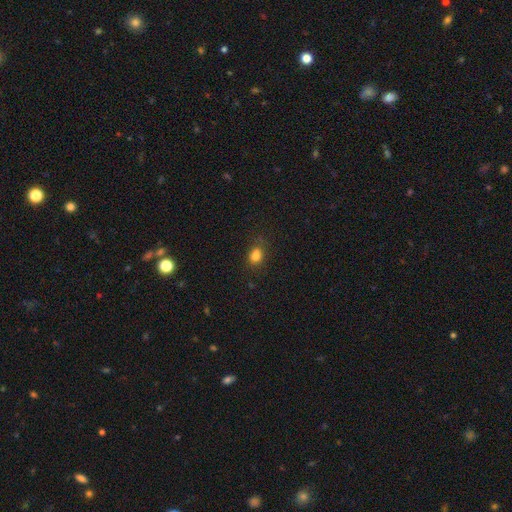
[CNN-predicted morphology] Smooth or featured: smooth — 80% (star or artifact — 14%)
How rounded: in between — 56% (round — 43%)
Merging: none — 65% (minor disturbance — 21%)